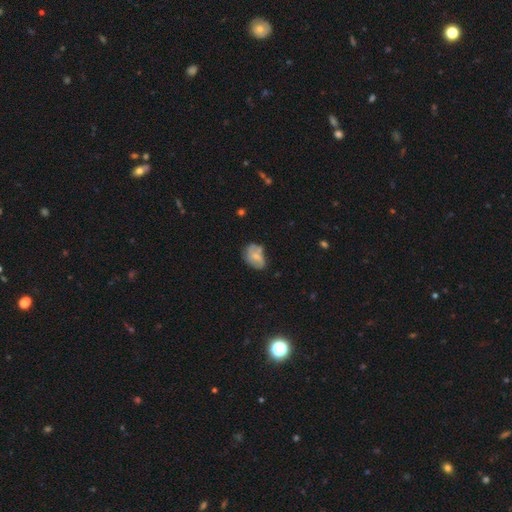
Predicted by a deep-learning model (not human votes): Smooth or featured? Predicted: smooth (p=0.51). How rounded? Predicted: in between (p=0.76). Merging? Predicted: none (p=0.45).